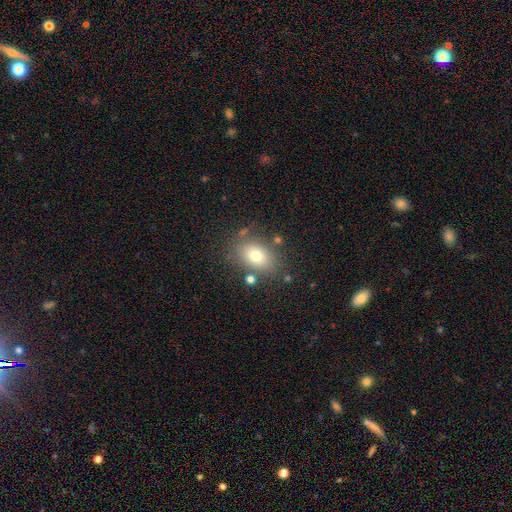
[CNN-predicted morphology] Smooth or featured? Predicted: smooth (p=0.74). How rounded? Predicted: in between (p=0.75). Merging? Predicted: none (p=0.76).